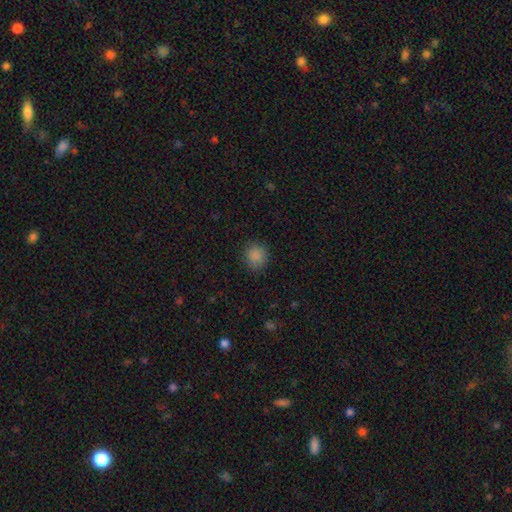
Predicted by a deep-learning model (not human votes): Smooth or featured: smooth — 85% (star or artifact — 11%)
How rounded: round — 85% (in between — 14%)
Merging: none — 86% (minor disturbance — 10%)